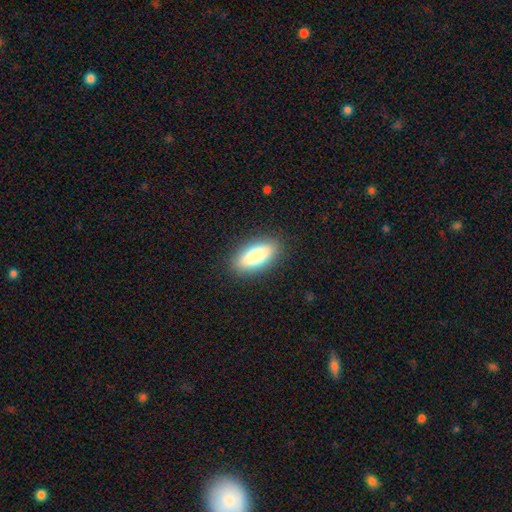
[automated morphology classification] Smooth or featured: smooth — 79% (featured or disk — 14%)
How rounded: in between — 82% (cigar-shaped — 15%)
Merging: none — 87% (minor disturbance — 9%)